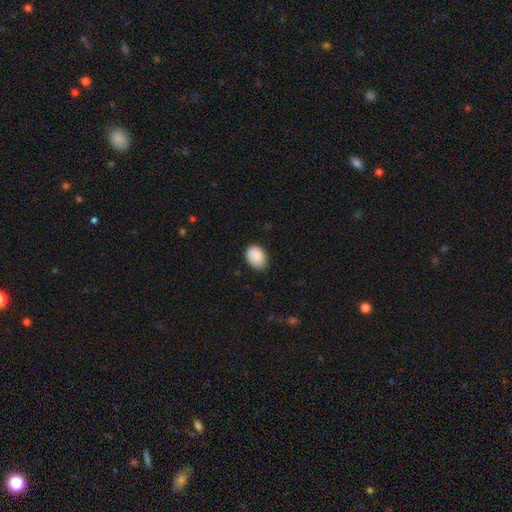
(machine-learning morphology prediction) A smooth galaxy with no disk features (90%) that is in between round and cigar-shaped (73%). Merging: none (80%).